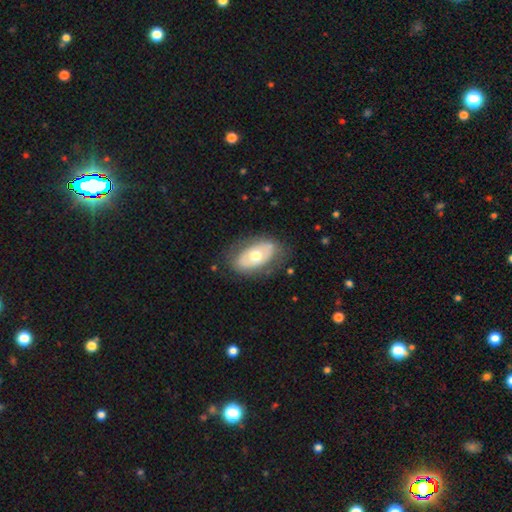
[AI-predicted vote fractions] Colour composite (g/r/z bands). It shows a featured or disk galaxy (48%). Merging: none (76%).